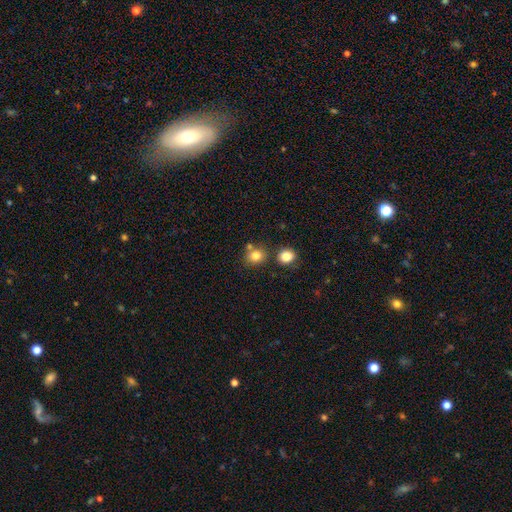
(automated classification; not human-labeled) smooth_or_featured: smooth (p=0.81) [alt: star or artifact p=0.12]
how_rounded: round (p=0.72) [alt: in between p=0.27]
merging: none (p=0.67) [alt: merger p=0.19]